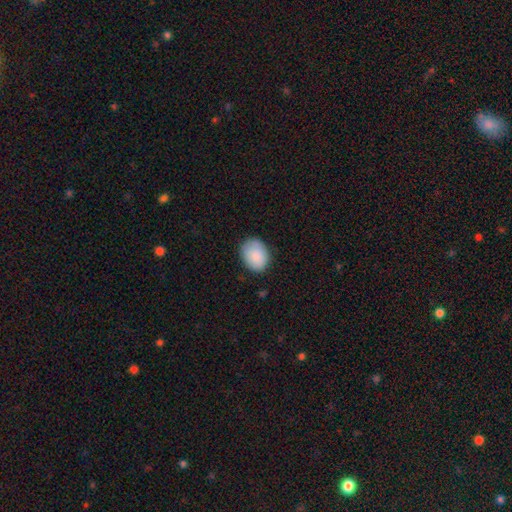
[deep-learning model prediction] smooth 88%, star or artifact 7%, featured or disk 6%. Down the decision tree: how rounded — in between (62%); merging — none (79%).